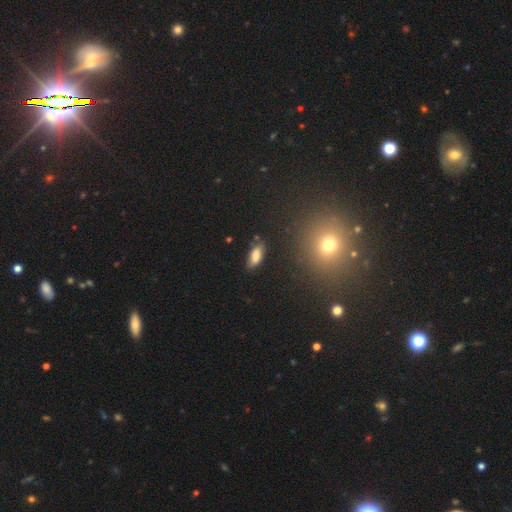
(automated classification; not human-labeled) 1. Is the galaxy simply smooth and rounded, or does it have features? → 81% smooth, 10% featured or disk, 9% star or artifact.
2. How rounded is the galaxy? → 81% in between, 16% cigar-shaped, 3% round.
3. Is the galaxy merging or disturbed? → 78% none, 16% minor disturbance, 3% major disturbance, 3% merger.